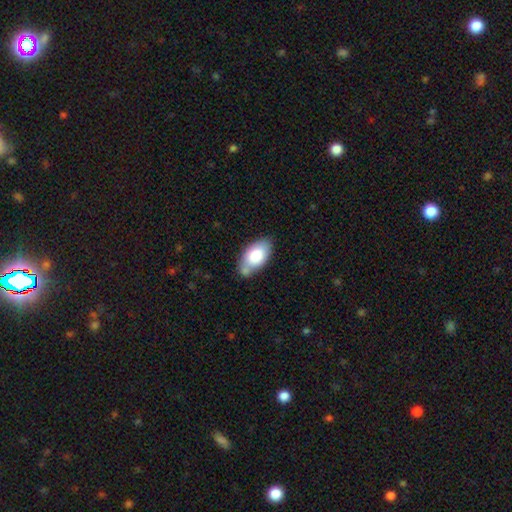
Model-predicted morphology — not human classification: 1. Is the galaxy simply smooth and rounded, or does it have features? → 79% smooth, 15% featured or disk, 7% star or artifact.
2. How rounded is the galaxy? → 94% in between, 4% round, 2% cigar-shaped.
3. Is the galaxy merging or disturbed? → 62% none, 21% minor disturbance, 12% merger, 5% major disturbance.